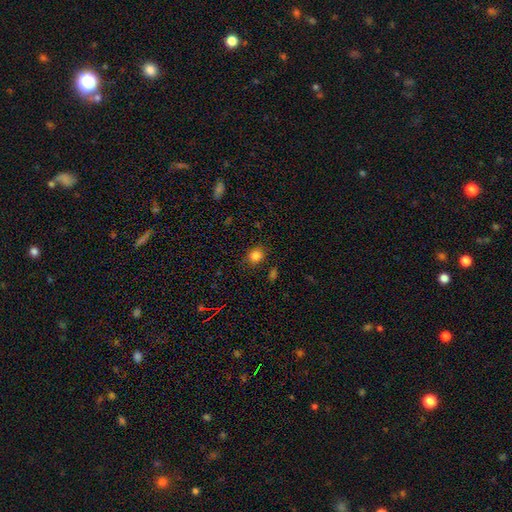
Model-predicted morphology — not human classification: type=smooth (82%); roundness=round (70%); merging=none (82%).